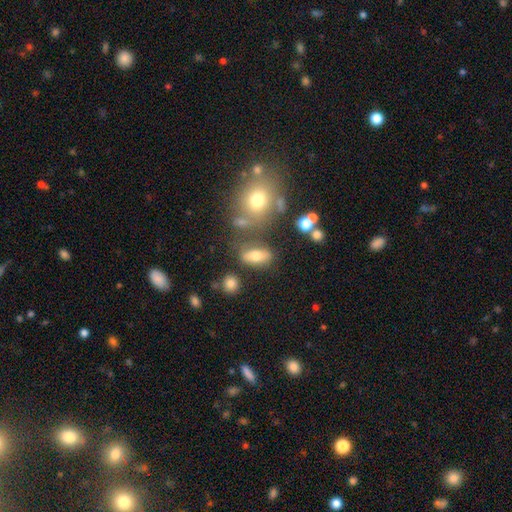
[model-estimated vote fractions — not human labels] Q: Smooth or featured?
A: smooth (67%); runner-up: featured or disk (21%)
Q: How rounded?
A: in between (72%); runner-up: cigar-shaped (16%)
Q: Merging?
A: none (69%); runner-up: minor disturbance (14%)